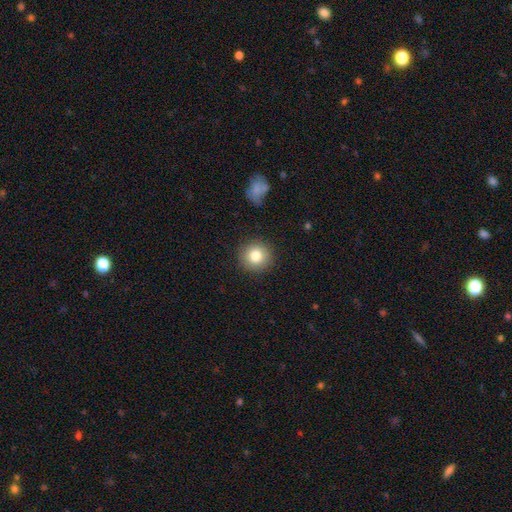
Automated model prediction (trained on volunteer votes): Smooth or featured?
  - smooth: 80% *
  - featured or disk: 10%
  - star or artifact: 10%
How rounded?
  - round: 93% *
  - in between: 6%
  - cigar-shaped: 1%
Merging?
  - none: 89% *
  - minor disturbance: 7%
  - major disturbance: 3%
  - merger: 1%